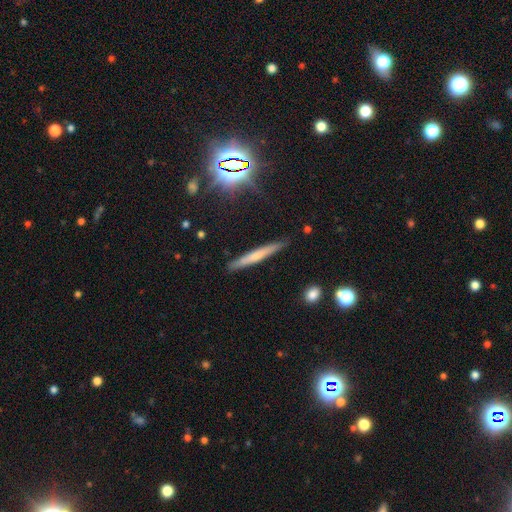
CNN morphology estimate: Smooth or featured: smooth — 52% (featured or disk — 39%)
How rounded: cigar-shaped — 95% (in between — 3%)
Merging: none — 88% (minor disturbance — 9%)